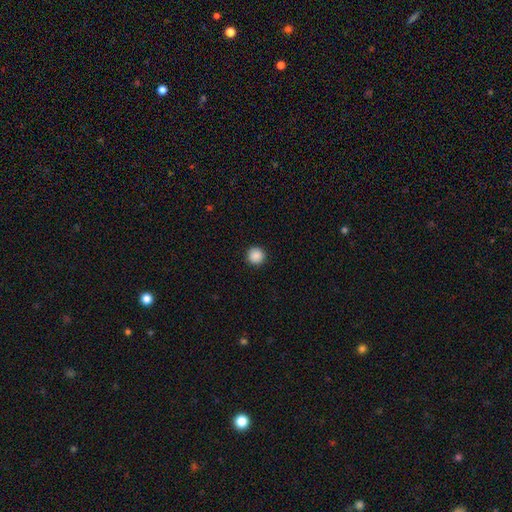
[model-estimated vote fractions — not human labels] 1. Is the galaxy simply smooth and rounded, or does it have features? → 89% smooth, 9% star or artifact, 3% featured or disk.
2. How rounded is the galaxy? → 96% round, 3% in between, 1% cigar-shaped.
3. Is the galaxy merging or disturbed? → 93% none, 5% minor disturbance, 2% major disturbance, 1% merger.